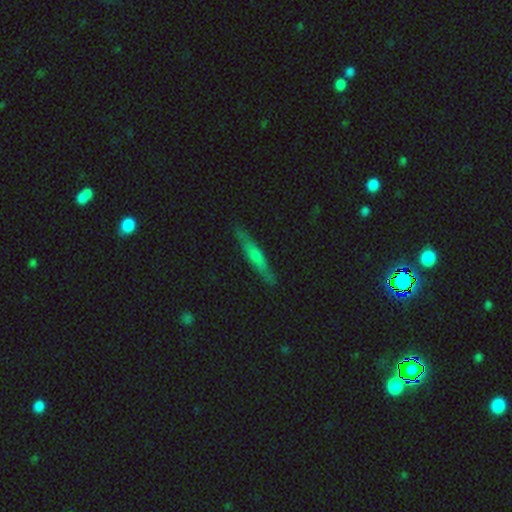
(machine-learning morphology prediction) A smooth galaxy with no disk features (47%). Merging: none (86%).